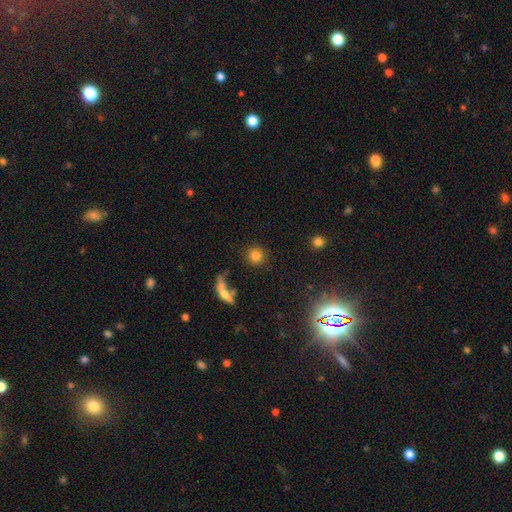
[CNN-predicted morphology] This appears to be a smooth galaxy with no disk features (81%) that is round (91%). Merging: none (82%).